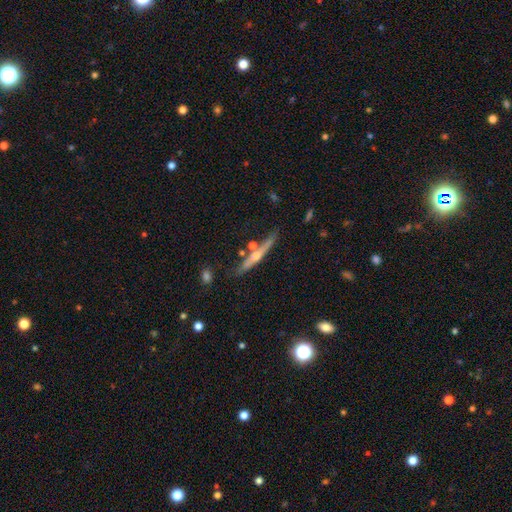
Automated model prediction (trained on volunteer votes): smooth-or-featured: featured or disk: 59% | smooth: 34% | star or artifact: 7%
  disk-edge-on: yes: 95% | no: 5%
    edge-on-bulge: rounded: 72% | none: 20% | boxy: 8%
  merging: none: 72% | minor disturbance: 15% | merger: 10% | major disturbance: 4%